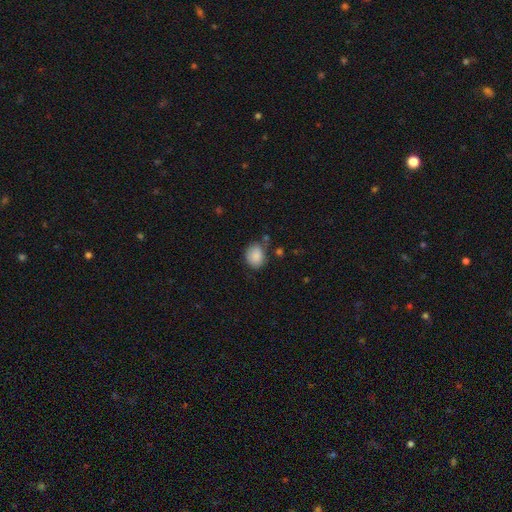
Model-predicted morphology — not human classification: This appears to be a smooth galaxy with no disk features (87%) that is in between round and cigar-shaped (55%). Merging: none (66%).